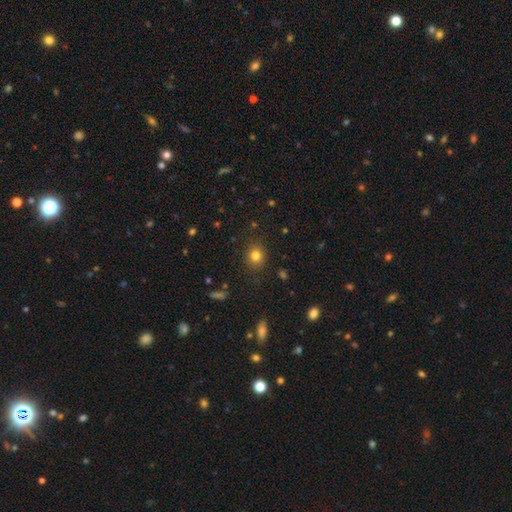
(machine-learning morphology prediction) smooth 81%, star or artifact 13%, featured or disk 6%. Down the decision tree: how rounded — round (78%); merging — none (87%).